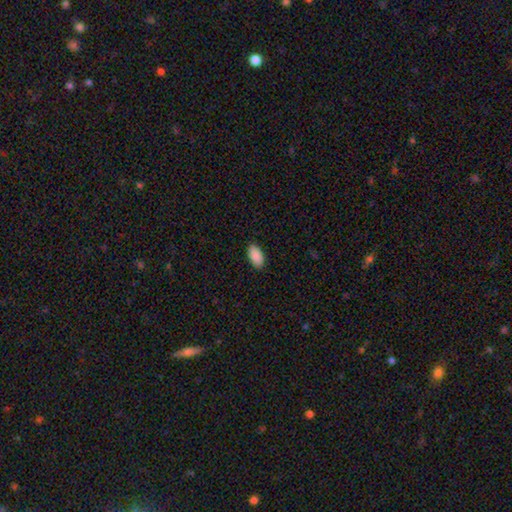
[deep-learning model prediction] smooth 90%, star or artifact 6%, featured or disk 3%. Down the decision tree: how rounded — in between (95%); merging — none (88%).